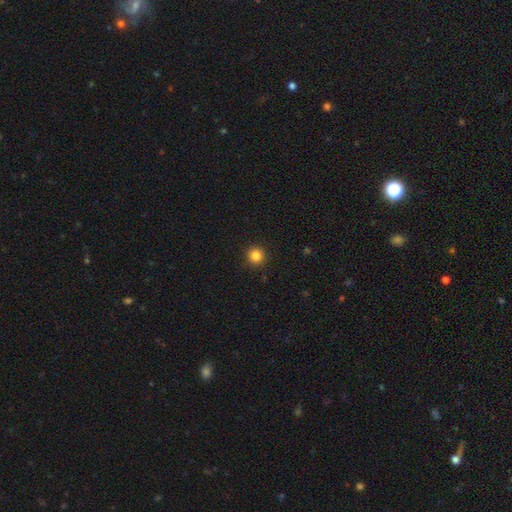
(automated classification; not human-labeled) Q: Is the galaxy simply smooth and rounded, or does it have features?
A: smooth — 85%.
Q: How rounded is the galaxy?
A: round — 95%.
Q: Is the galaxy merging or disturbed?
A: none — 93%.